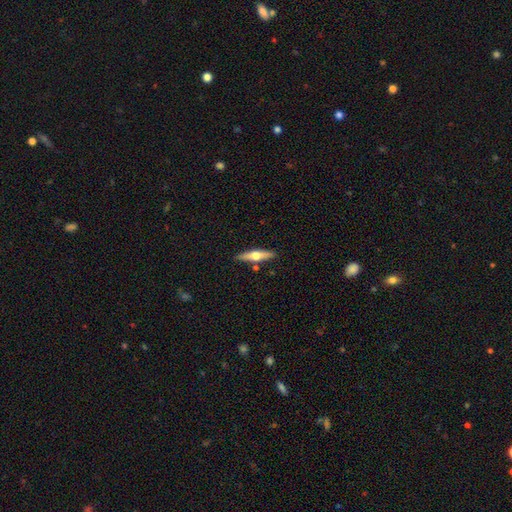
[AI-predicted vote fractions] smooth_or_featured: featured or disk (p=0.55) [alt: smooth p=0.39]
disk_edge_on: yes (p=0.94) [alt: no p=0.06]
edge_on_bulge: rounded (p=0.94) [alt: none p=0.03]
merging: none (p=0.85) [alt: minor disturbance p=0.09]